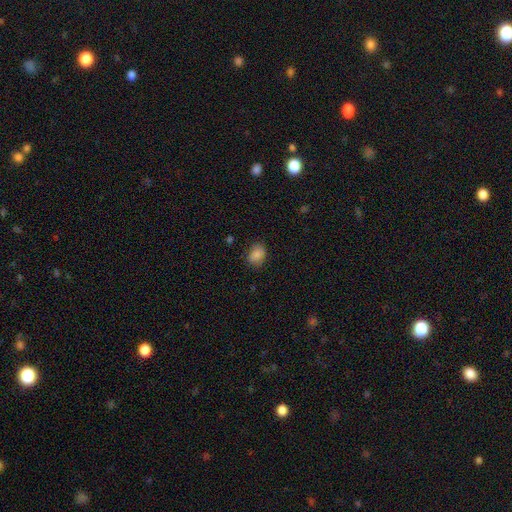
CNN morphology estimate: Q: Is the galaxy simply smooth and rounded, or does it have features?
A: smooth — 84%.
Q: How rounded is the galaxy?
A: in between — 65%.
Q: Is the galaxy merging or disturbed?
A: none — 75%.